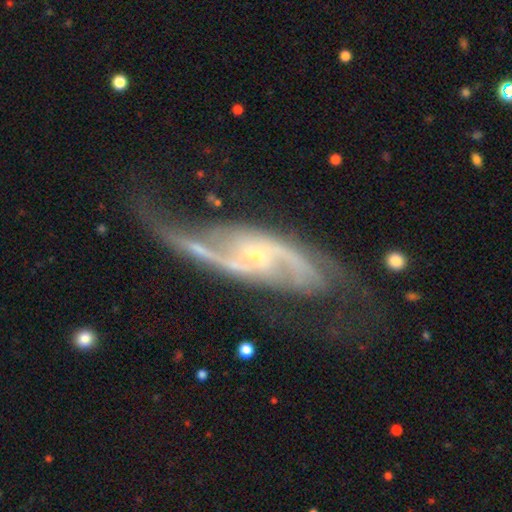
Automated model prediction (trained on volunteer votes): smooth-or-featured: featured or disk: 90% | star or artifact: 6% | smooth: 5%
  disk-edge-on: no: 91% | yes: 9%
    bar: no: 51% | weak: 33% | strong: 17%
    has-spiral-arms: yes: 96% | no: 4%
      spiral-winding: medium: 44% | loose: 39% | tight: 17%
      spiral-arm-count: 2: 85% | can't tell: 6% | 3: 3% | 1: 2% | 4: 2% | more than 4: 2%
    bulge-size: small: 74% | moderate: 22% | none: 2% | large: 1% | dominant: 1%
  merging: none: 57% | minor disturbance: 21% | major disturbance: 18% | merger: 4%